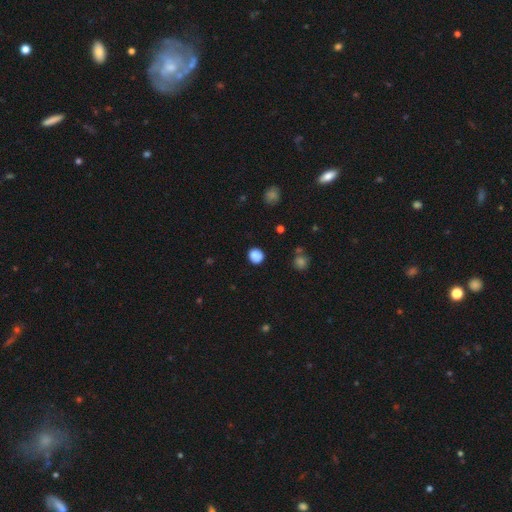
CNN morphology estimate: A smooth galaxy with no disk features (85%) that is round (86%). Merging: none (85%).